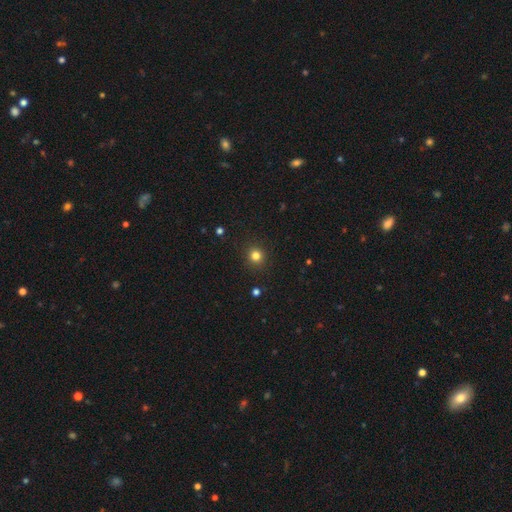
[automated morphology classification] smooth 81%, star or artifact 15%, featured or disk 5%. Down the decision tree: how rounded — round (92%); merging — none (91%).